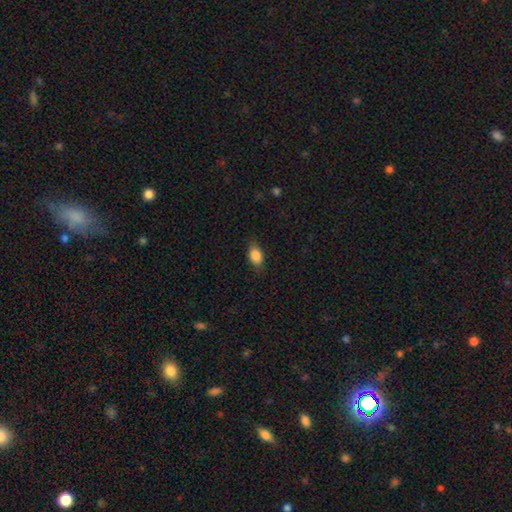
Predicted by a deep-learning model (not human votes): The model was most divided on "merging": none: 80%, minor disturbance: 16%, major disturbance: 4%, merger: 1%. More confident: smooth or featured — smooth (87%); how rounded — in between (85%).